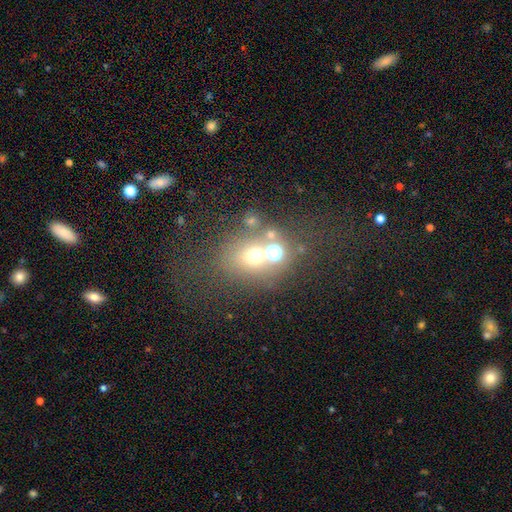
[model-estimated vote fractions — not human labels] The model was most divided on "smooth or featured": smooth: 52%, star or artifact: 31%, featured or disk: 17%. More confident: how rounded — round (70%); merging — none (55%).